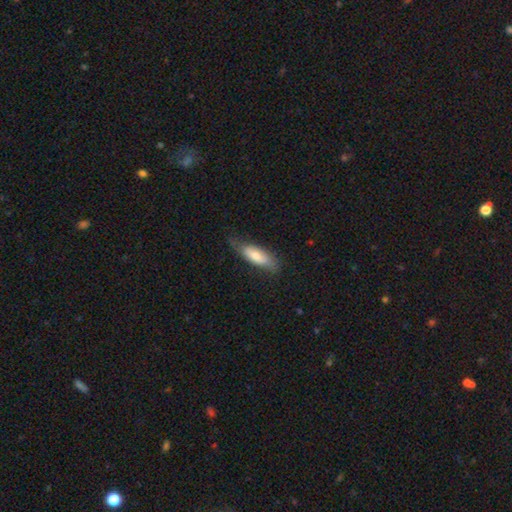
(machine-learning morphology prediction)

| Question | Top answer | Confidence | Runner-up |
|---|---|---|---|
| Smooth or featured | smooth | 71% | featured or disk (24%) |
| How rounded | in between | 59% | cigar-shaped (39%) |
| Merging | none | 64% | minor disturbance (27%) |